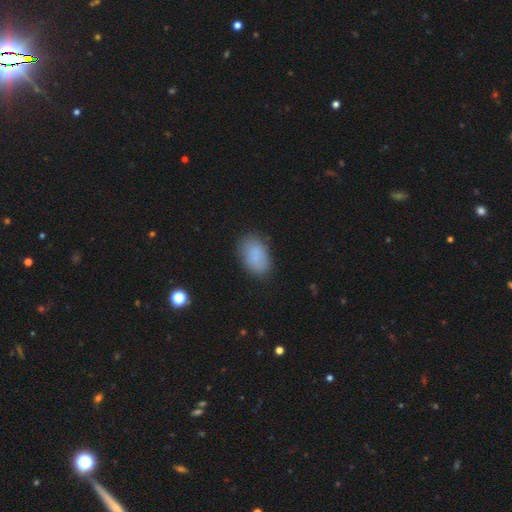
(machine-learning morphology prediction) A smooth galaxy with no disk features (85%) that is in between round and cigar-shaped (91%). Merging: none (82%).